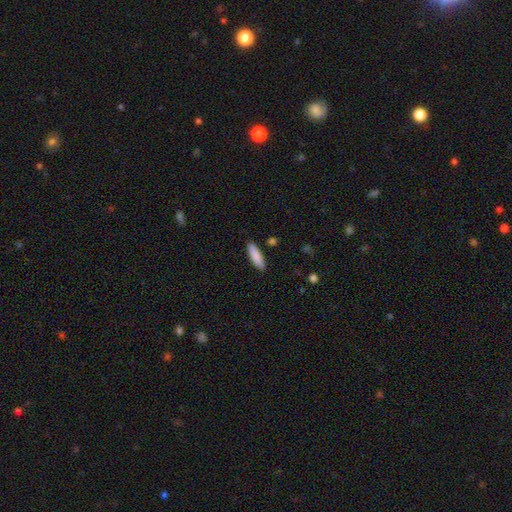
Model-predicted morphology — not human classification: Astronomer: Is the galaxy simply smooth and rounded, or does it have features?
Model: smooth — 87%.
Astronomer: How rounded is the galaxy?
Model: cigar-shaped — 60% (runner-up: in between, 39%).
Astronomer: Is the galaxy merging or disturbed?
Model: none — 89%.